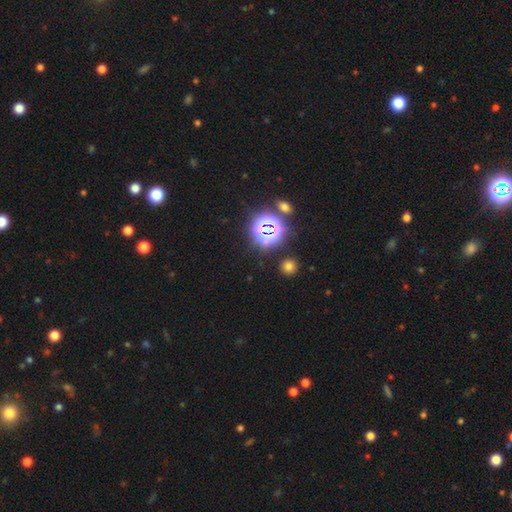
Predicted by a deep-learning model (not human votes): Q: Smooth or featured?
A: star or artifact (80%); runner-up: smooth (14%)